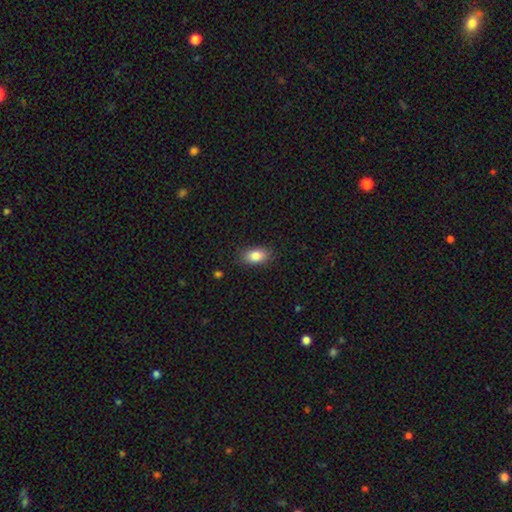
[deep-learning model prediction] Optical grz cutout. It shows a smooth galaxy with no disk features (86%) that is in between round and cigar-shaped (89%). Merging: none (85%).